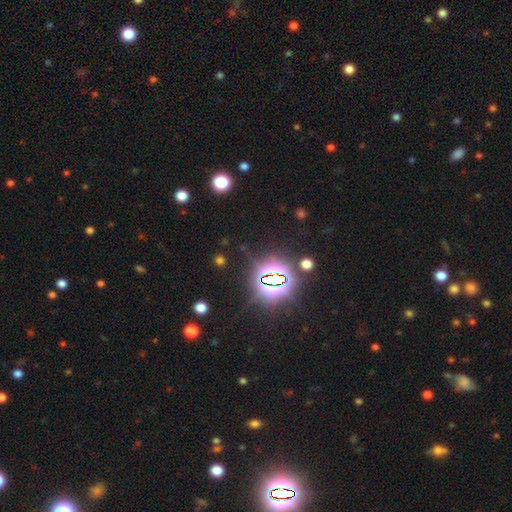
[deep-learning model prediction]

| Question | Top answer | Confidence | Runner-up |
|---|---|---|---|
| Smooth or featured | star or artifact | 84% | smooth (9%) |